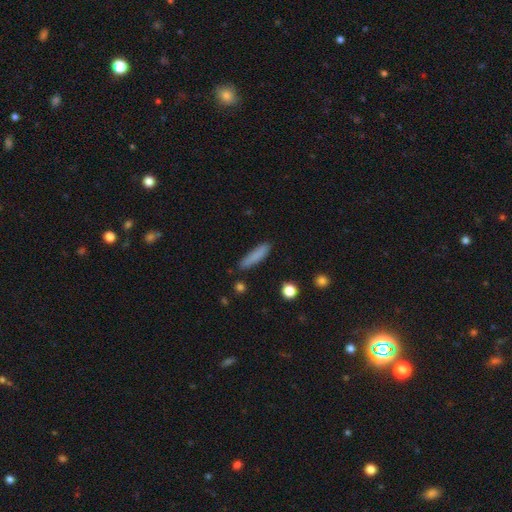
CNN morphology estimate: A smooth galaxy with no disk features (83%) that is cigar-shaped (84%).

Vote fractions:
- Smooth or featured? smooth: 83% / featured or disk: 10% / star or artifact: 8%
- How rounded? cigar-shaped: 84% / in between: 14% / round: 2%
- Merging? none: 83% / minor disturbance: 12% / major disturbance: 3% / merger: 2%